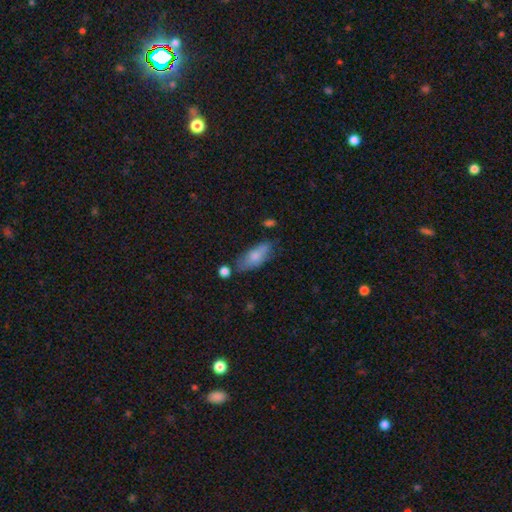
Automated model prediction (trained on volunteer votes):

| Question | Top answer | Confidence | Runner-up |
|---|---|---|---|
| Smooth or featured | smooth | 74% | featured or disk (19%) |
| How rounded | in between | 80% | cigar-shaped (17%) |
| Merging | none | 59% | minor disturbance (26%) |